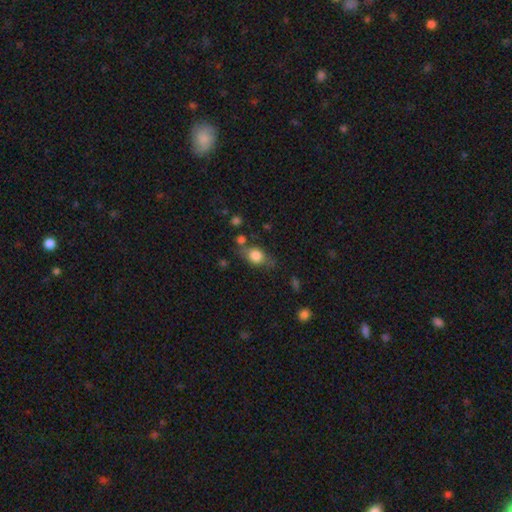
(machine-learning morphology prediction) Smooth or featured? smooth (76%)
How rounded? in between (62%)
Merging? none (63%)